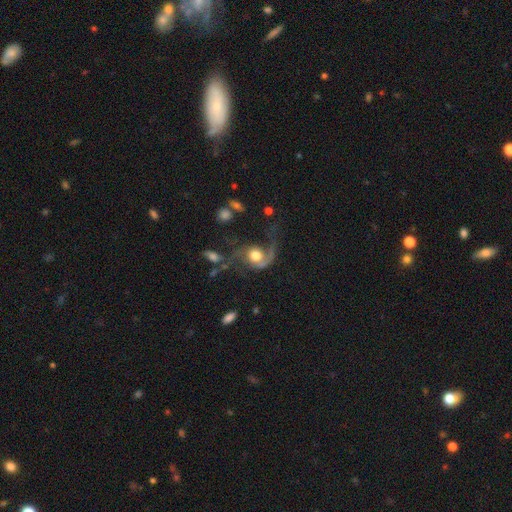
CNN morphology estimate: smooth-or-featured: featured or disk: 74% | smooth: 18% | star or artifact: 8%
  disk-edge-on: no: 97% | yes: 3%
    bar: no: 73% | weak: 22% | strong: 5%
    has-spiral-arms: yes: 92% | no: 8%
      spiral-winding: loose: 61% | medium: 32% | tight: 8%
      spiral-arm-count: 2: 65% | 1: 28% | can't tell: 3% | 3: 2% | 4: 1% | more than 4: 1%
    bulge-size: moderate: 47% | large: 40% | dominant: 6% | small: 5% | none: 2%
  merging: none: 38% | major disturbance: 37% | minor disturbance: 17% | merger: 8%